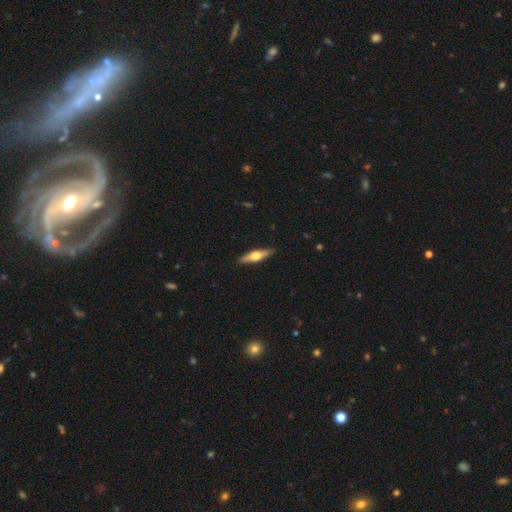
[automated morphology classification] smooth-or-featured: featured or disk: 51% | smooth: 43% | star or artifact: 5%
  disk-edge-on: yes: 93% | no: 7%
  merging: none: 89% | minor disturbance: 8% | major disturbance: 2% | merger: 1%